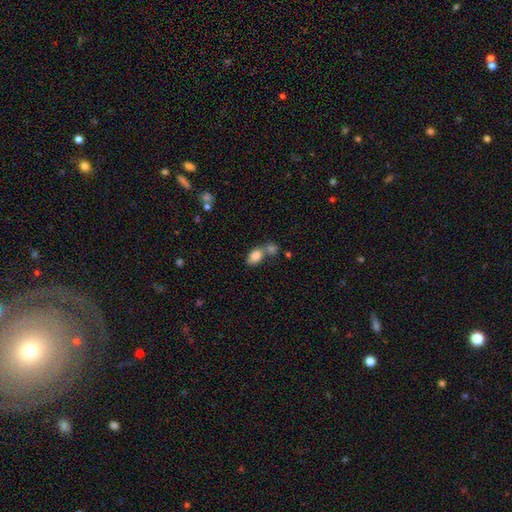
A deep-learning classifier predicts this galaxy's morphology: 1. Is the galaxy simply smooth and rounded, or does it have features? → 84% smooth, 8% featured or disk, 8% star or artifact.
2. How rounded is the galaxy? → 85% in between, 13% round, 2% cigar-shaped.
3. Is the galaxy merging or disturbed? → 51% merger, 34% none, 10% minor disturbance, 5% major disturbance.